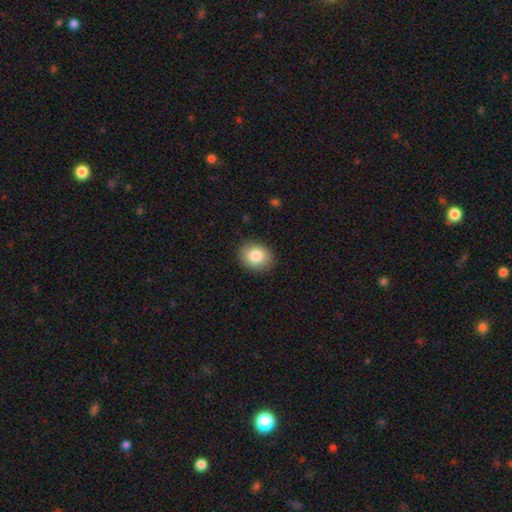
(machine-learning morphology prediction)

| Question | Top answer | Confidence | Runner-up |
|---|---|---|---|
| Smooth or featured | smooth | 84% | star or artifact (8%) |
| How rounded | round | 52% | in between (47%) |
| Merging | none | 89% | minor disturbance (8%) |